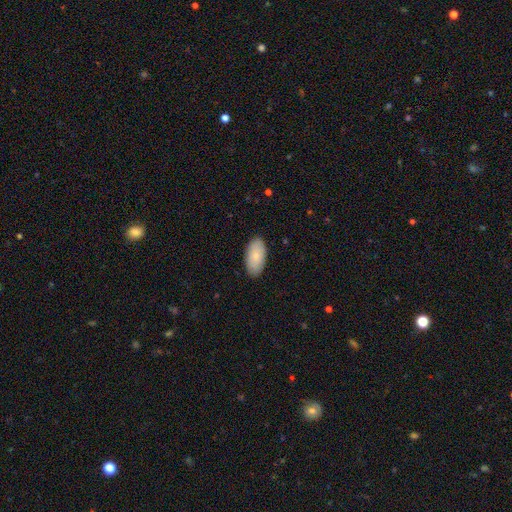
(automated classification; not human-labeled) A smooth galaxy with no disk features (84%) that is in between round and cigar-shaped (95%).

Vote fractions:
- Smooth or featured? smooth: 84% / featured or disk: 10% / star or artifact: 6%
- How rounded? in between: 95% / cigar-shaped: 3% / round: 2%
- Merging? none: 88% / minor disturbance: 9% / major disturbance: 2% / merger: 1%